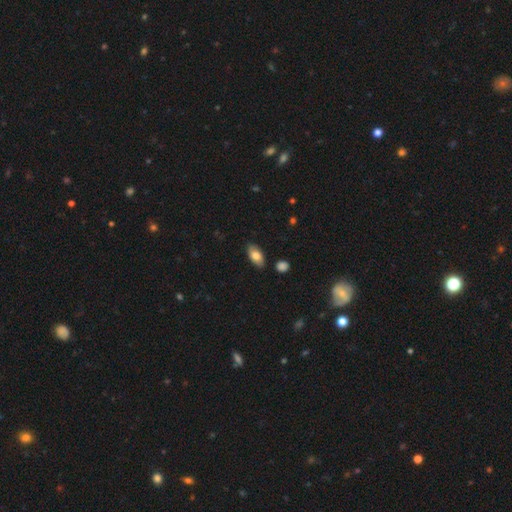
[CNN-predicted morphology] Smooth or featured: smooth — 79% (featured or disk — 15%)
How rounded: in between — 92% (cigar-shaped — 4%)
Merging: none — 85% (minor disturbance — 11%)